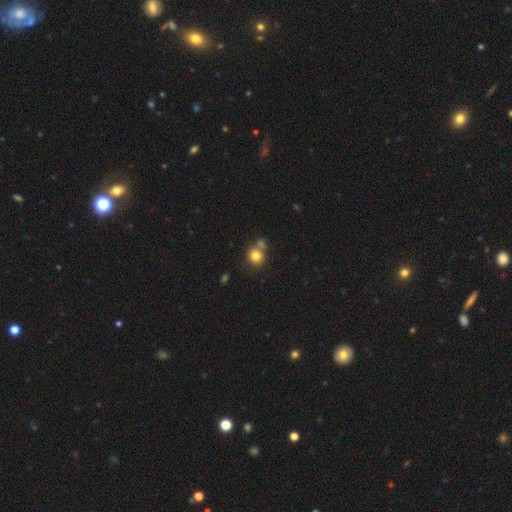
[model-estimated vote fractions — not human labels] Smooth or featured?
  - smooth: 80% *
  - star or artifact: 11%
  - featured or disk: 9%
How rounded?
  - round: 82% *
  - in between: 17%
  - cigar-shaped: 1%
Merging?
  - none: 58% *
  - merger: 28%
  - minor disturbance: 11%
  - major disturbance: 4%